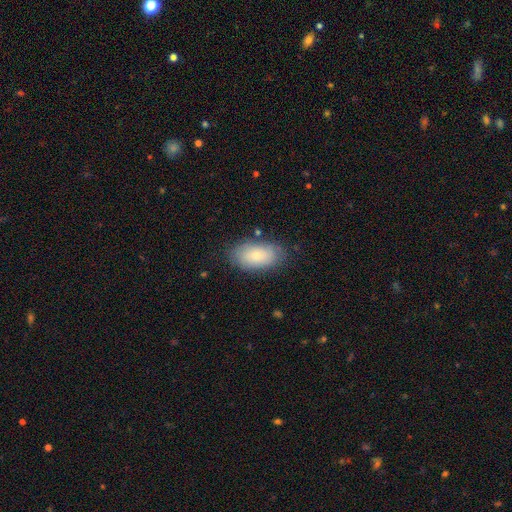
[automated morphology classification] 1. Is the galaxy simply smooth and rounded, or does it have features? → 79% smooth, 14% featured or disk, 7% star or artifact.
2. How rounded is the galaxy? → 94% in between, 4% round, 3% cigar-shaped.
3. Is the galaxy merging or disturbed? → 80% none, 15% minor disturbance, 4% major disturbance, 2% merger.